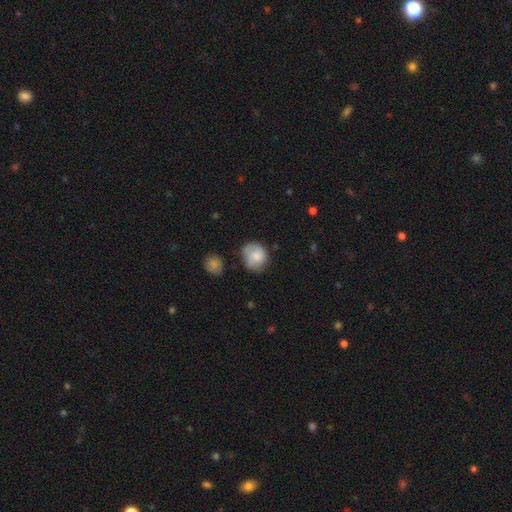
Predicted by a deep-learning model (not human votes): Smooth or featured? Predicted: smooth (p=0.71). How rounded? Predicted: round (p=0.76). Merging? Predicted: none (p=0.57).